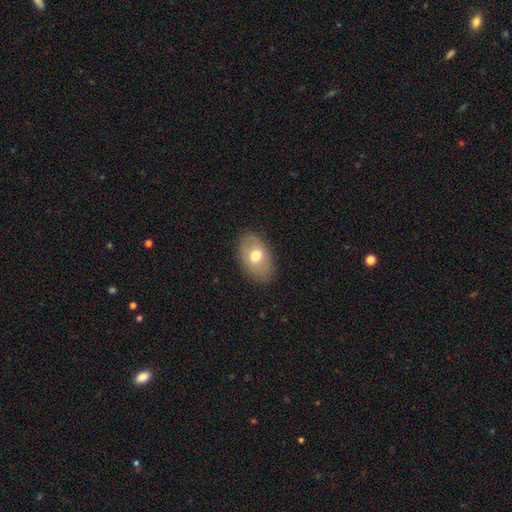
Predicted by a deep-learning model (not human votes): The model was most divided on "smooth or featured": smooth: 69%, featured or disk: 23%, star or artifact: 8%. More confident: how rounded — in between (87%); merging — none (85%).